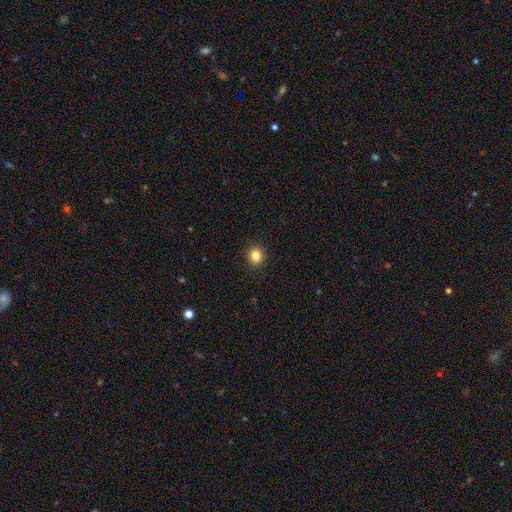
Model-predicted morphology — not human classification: smooth 83%, star or artifact 11%, featured or disk 5%. Down the decision tree: how rounded — round (84%); merging — none (92%).